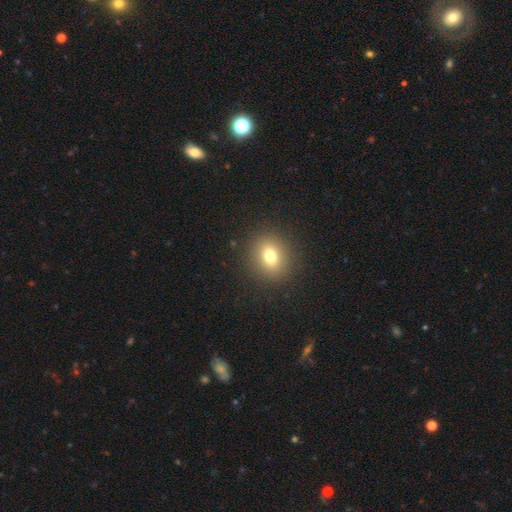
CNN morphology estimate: Overall: smooth (71%). How rounded: round (79%). Merging: none (92%).